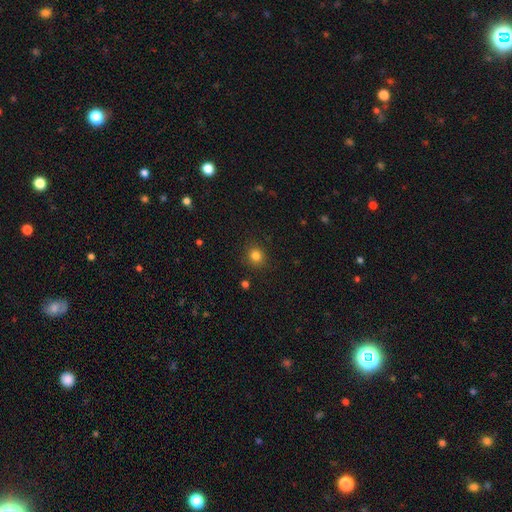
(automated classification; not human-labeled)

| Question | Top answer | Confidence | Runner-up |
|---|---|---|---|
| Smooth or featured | smooth | 83% | star or artifact (13%) |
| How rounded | round | 85% | in between (14%) |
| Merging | none | 89% | minor disturbance (8%) |